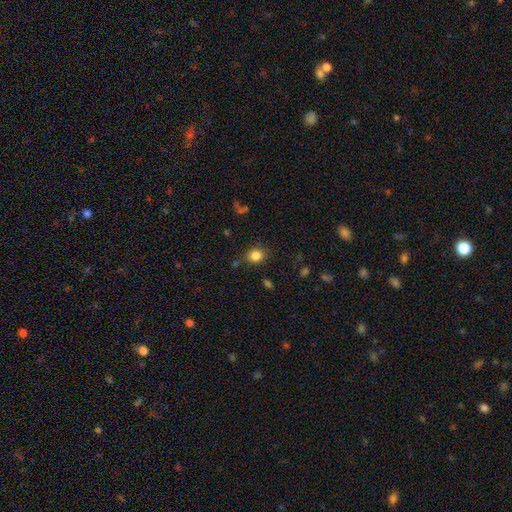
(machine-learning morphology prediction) This appears to be a smooth galaxy with no disk features (83%) that is round (79%). Merging: none (79%).